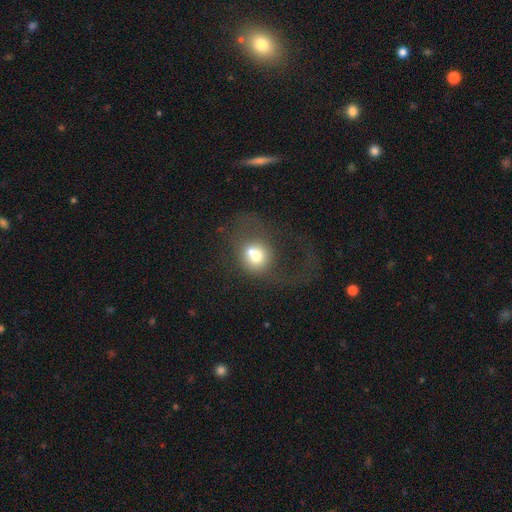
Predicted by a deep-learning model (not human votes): This appears to be a smooth galaxy with no disk features (61%) that is round (75%). Merging: merger (40%).